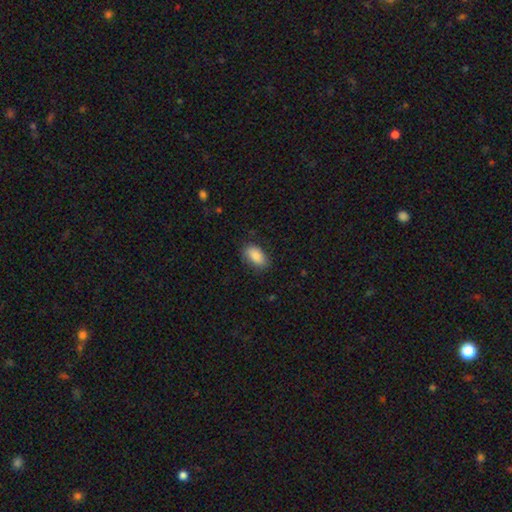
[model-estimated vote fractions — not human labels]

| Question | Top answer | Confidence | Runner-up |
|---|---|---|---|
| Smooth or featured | smooth | 88% | star or artifact (7%) |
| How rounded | in between | 92% | round (5%) |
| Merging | none | 81% | minor disturbance (14%) |